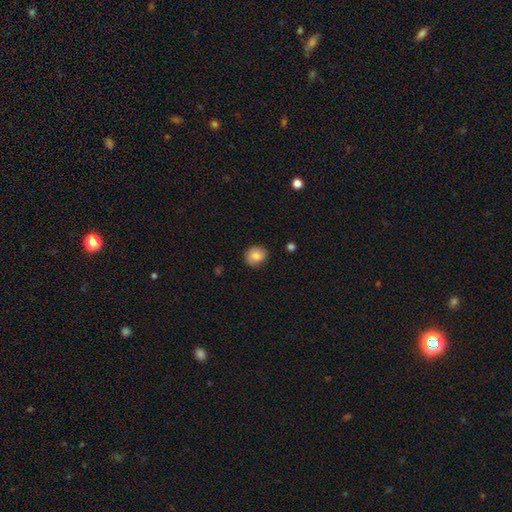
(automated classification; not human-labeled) Morphology: type=smooth (81%); roundness=round (80%); merging=none (82%).